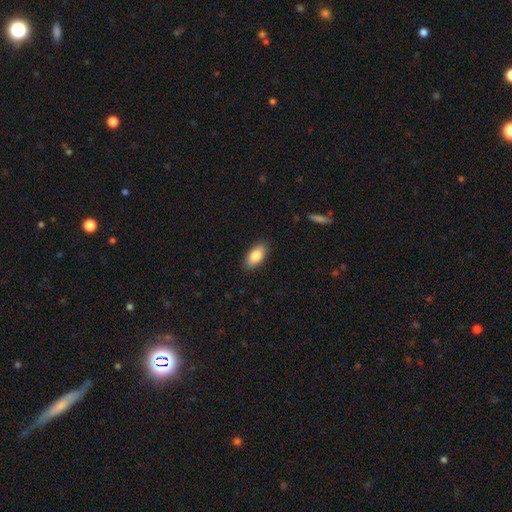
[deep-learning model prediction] smooth_or_featured: smooth (p=0.83) [alt: featured or disk p=0.10]
how_rounded: in between (p=0.91) [alt: cigar-shaped p=0.05]
merging: none (p=0.88) [alt: minor disturbance p=0.09]